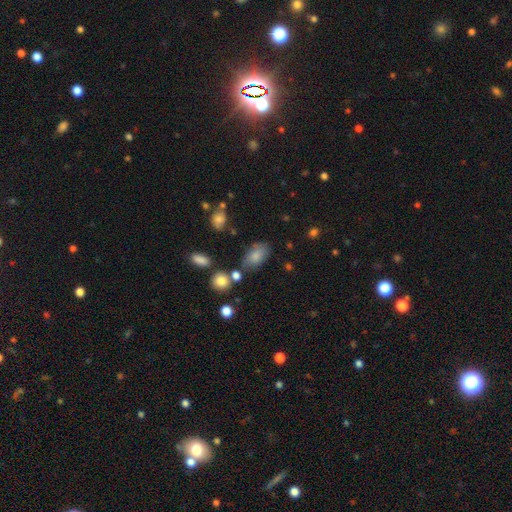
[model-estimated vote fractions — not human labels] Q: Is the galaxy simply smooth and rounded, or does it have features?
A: smooth — 79%.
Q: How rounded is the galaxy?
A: in between — 91%.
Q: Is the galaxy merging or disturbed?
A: none — 68%.